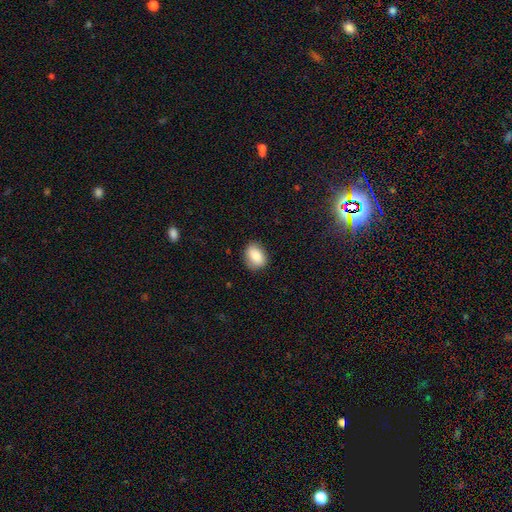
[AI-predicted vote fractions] The model was most divided on "how rounded": in between: 74%, round: 25%, cigar-shaped: 2%. More confident: smooth or featured — smooth (83%); merging — none (83%).